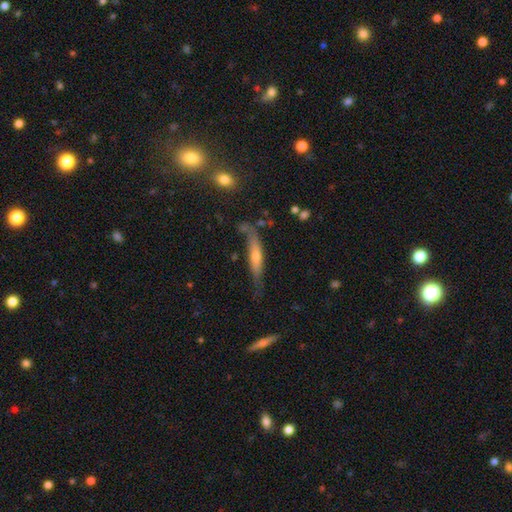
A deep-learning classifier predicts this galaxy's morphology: type=featured or disk (50%); edge-on=yes (82%); merging=none (54%).